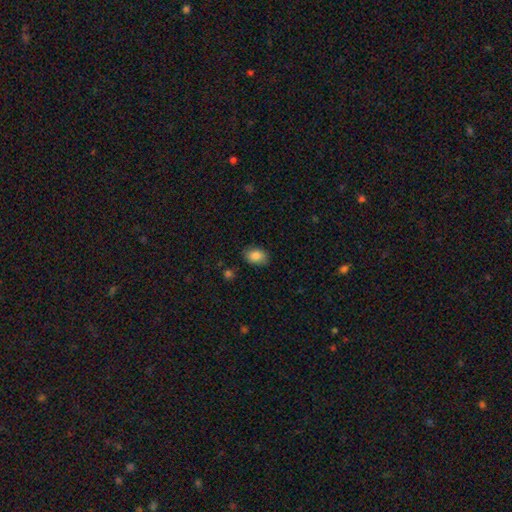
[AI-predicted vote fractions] This appears to be a smooth galaxy with no disk features (85%) that is in between round and cigar-shaped (81%). Merging: none (83%).